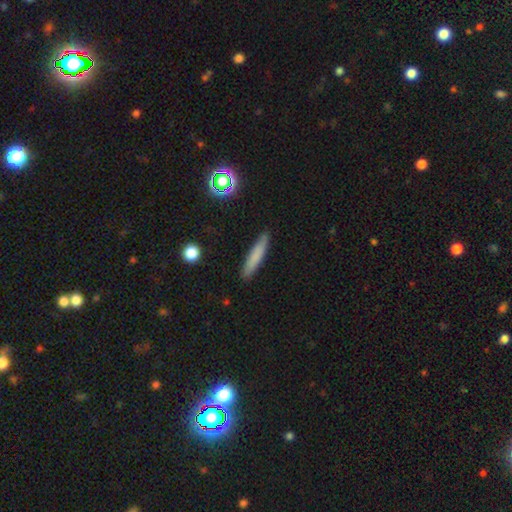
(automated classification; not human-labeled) Overall: smooth (75%). How rounded: cigar-shaped (89%). Merging: none (89%).